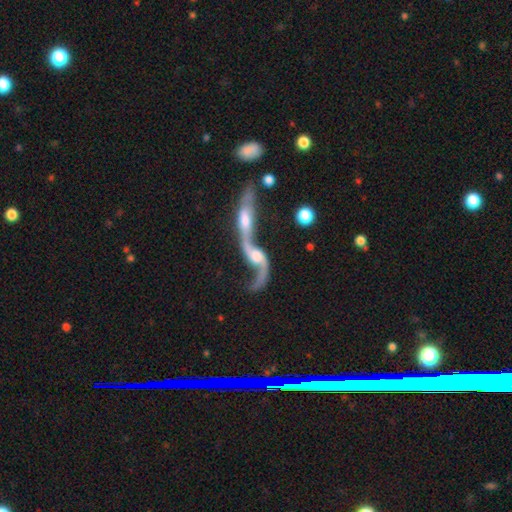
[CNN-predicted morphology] The model was most divided on "bar": no: 54%, weak: 34%, strong: 12%. Remaining: spiral winding — loose (91%); spiral arms — yes (89%); edge-on disk — no (87%); spiral arm count — 2 (86%); smooth or featured — featured or disk (82%); merging — merger (68%); bulge size — moderate (44%).